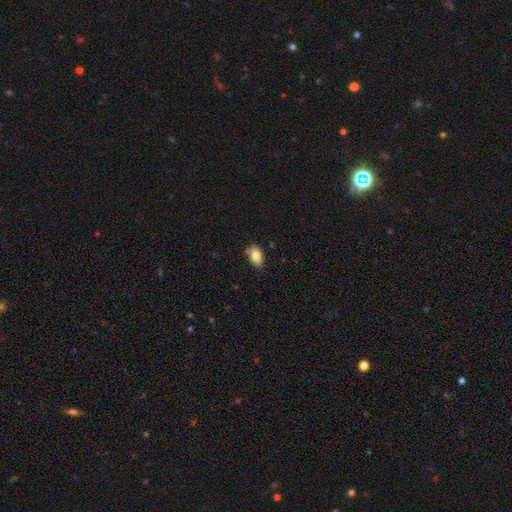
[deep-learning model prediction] This appears to be a smooth galaxy with no disk features (83%) that is in between round and cigar-shaped (92%). Merging: none (79%).